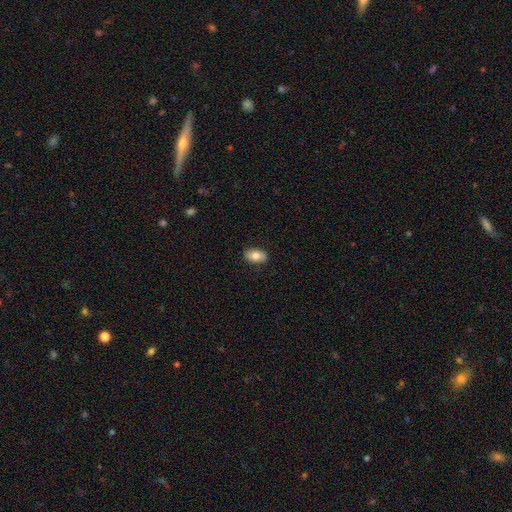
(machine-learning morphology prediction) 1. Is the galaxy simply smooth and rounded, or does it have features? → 77% smooth, 16% featured or disk, 7% star or artifact.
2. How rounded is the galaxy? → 91% in between, 7% round, 2% cigar-shaped.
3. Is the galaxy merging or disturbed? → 88% none, 10% minor disturbance, 2% major disturbance, 1% merger.